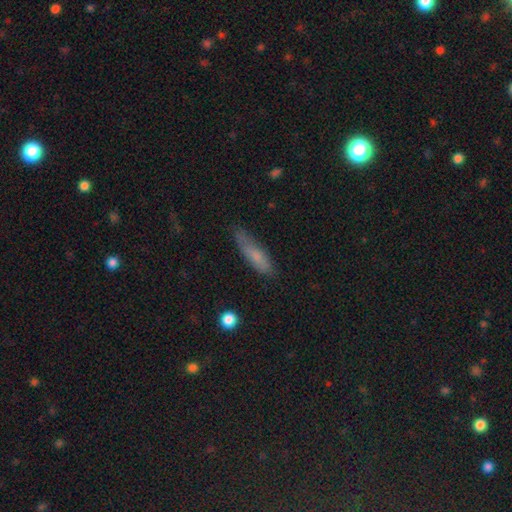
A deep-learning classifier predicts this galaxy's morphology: The model was most divided on "how rounded": cigar-shaped: 71%, in between: 27%, round: 2%. More confident: smooth or featured — smooth (72%); merging — none (70%).